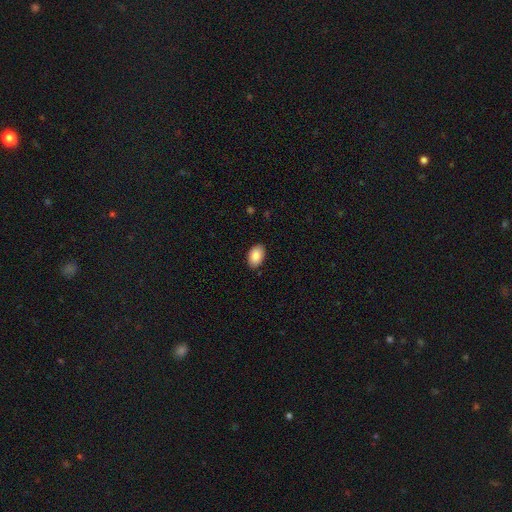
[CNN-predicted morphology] type=smooth (88%); roundness=in between (91%); merging=none (87%).